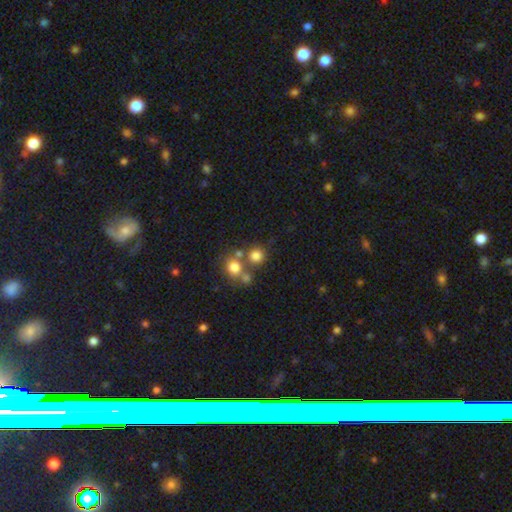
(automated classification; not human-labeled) This appears to be a smooth galaxy with no disk features (76%) that is round (89%). Merging: none (62%).